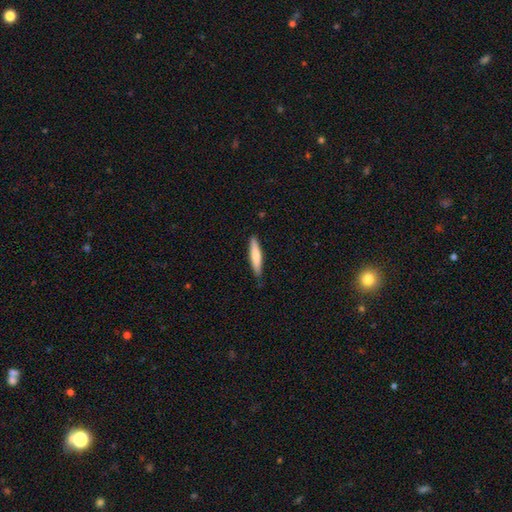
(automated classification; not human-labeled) smooth-or-featured: smooth: 73% | featured or disk: 22% | star or artifact: 5%
  how-rounded: cigar-shaped: 88% | in between: 11% | round: 1%
  merging: none: 86% | minor disturbance: 11% | major disturbance: 2% | merger: 1%